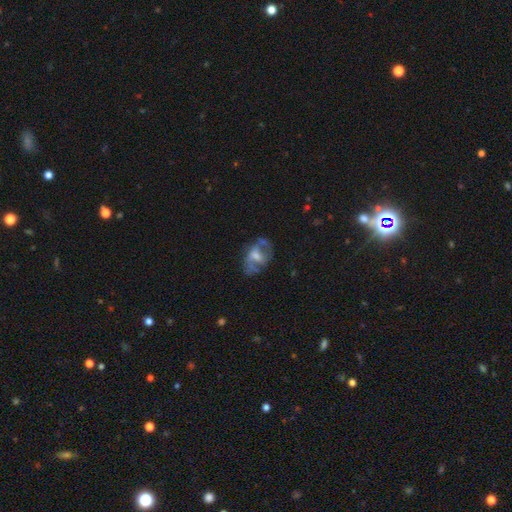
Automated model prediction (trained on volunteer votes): Smooth or featured: featured or disk — 65% (smooth — 27%)
Edge-on disk: no — 96% (yes — 4%)
Bar: no — 48% (weak — 41%)
Spiral arms: yes — 62% (no — 38%)
Bulge size: moderate — 44% (small — 31%)
Merging: none — 46% (major disturbance — 26%)